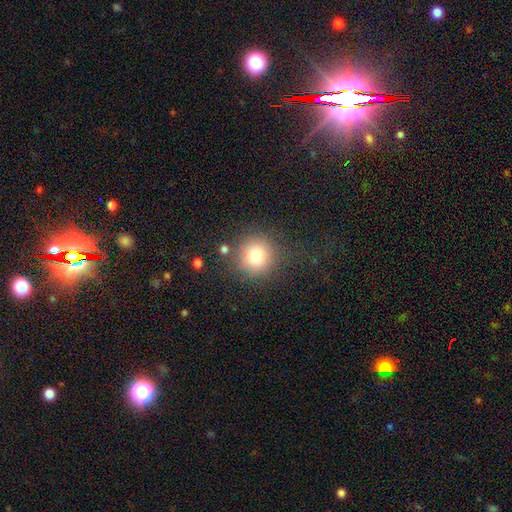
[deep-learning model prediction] A smooth galaxy with no disk features (79%) that is round (92%). Merging: none (80%).